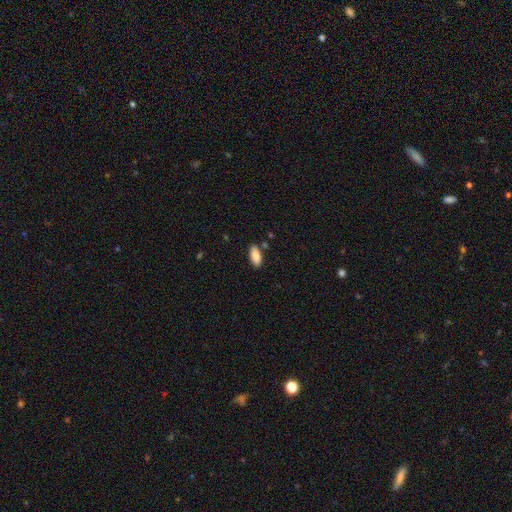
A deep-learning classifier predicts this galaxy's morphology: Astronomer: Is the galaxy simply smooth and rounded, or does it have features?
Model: smooth — 88%.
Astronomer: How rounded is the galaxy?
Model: in between — 88%.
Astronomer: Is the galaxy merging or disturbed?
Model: none — 83%.